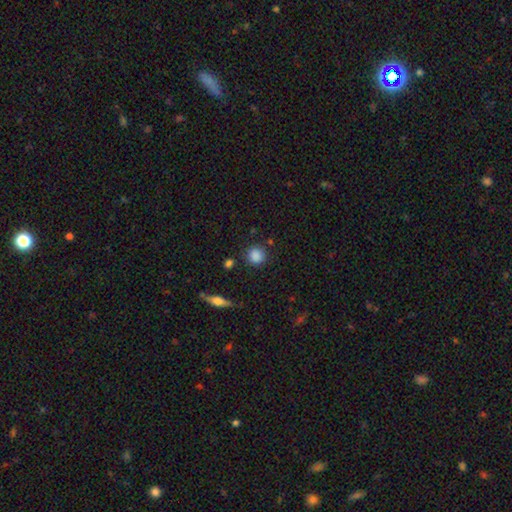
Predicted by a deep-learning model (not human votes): This appears to be a smooth galaxy with no disk features (86%) that is round (86%). Merging: none (83%).